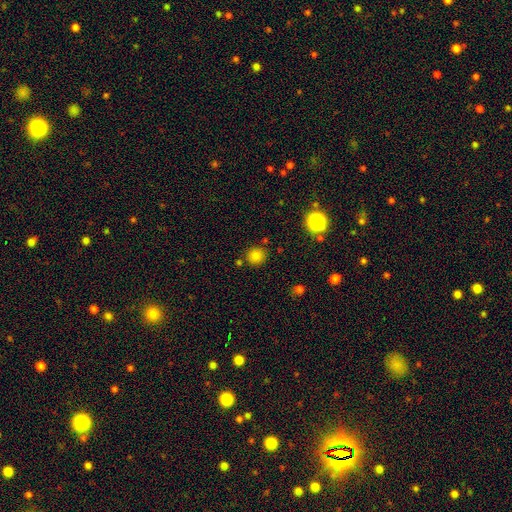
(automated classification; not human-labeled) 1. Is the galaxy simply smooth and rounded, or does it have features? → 79% smooth, 15% star or artifact, 6% featured or disk.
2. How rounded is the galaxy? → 92% round, 7% in between, 1% cigar-shaped.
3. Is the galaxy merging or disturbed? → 83% none, 8% minor disturbance, 6% merger, 3% major disturbance.